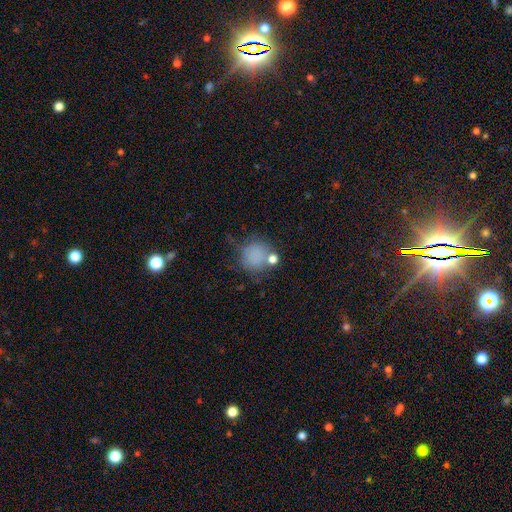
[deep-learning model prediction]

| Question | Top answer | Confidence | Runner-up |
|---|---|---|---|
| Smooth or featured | smooth | 77% | star or artifact (13%) |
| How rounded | round | 88% | in between (11%) |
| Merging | none | 59% | minor disturbance (18%) |